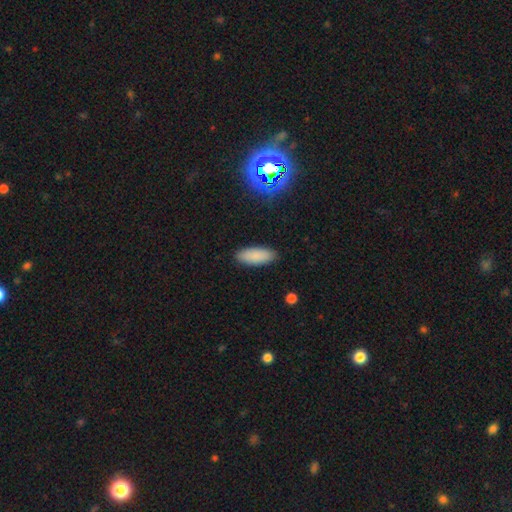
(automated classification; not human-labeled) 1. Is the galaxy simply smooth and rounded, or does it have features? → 87% smooth, 8% star or artifact, 5% featured or disk.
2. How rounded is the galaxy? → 77% in between, 21% cigar-shaped, 2% round.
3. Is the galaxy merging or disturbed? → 89% none, 8% minor disturbance, 2% major disturbance, 1% merger.